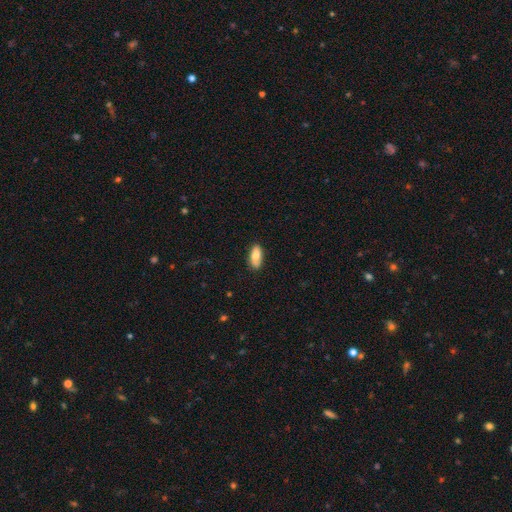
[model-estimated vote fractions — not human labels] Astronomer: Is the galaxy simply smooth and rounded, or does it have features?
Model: smooth — 77%.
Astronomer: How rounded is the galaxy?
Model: in between — 85%.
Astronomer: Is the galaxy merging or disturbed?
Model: none — 74%.